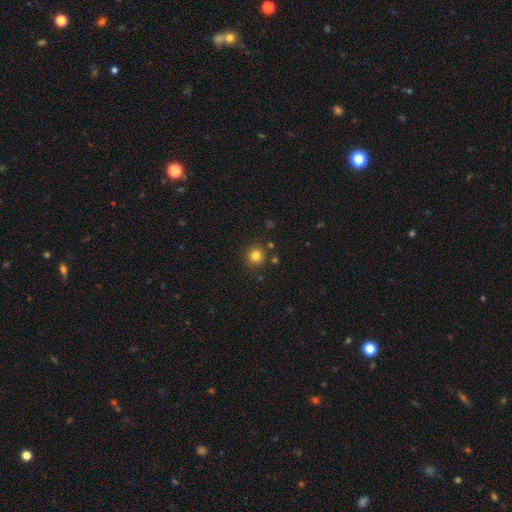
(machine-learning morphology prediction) The model was most divided on "smooth or featured": smooth: 81%, star or artifact: 13%, featured or disk: 6%. More confident: how rounded — round (94%); merging — none (87%).